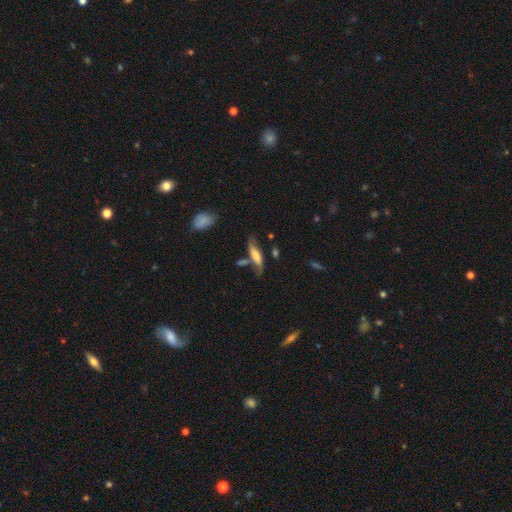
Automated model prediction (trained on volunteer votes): smooth 49%, featured or disk 44%, star or artifact 8%. Down the decision tree: merging — none (54%).